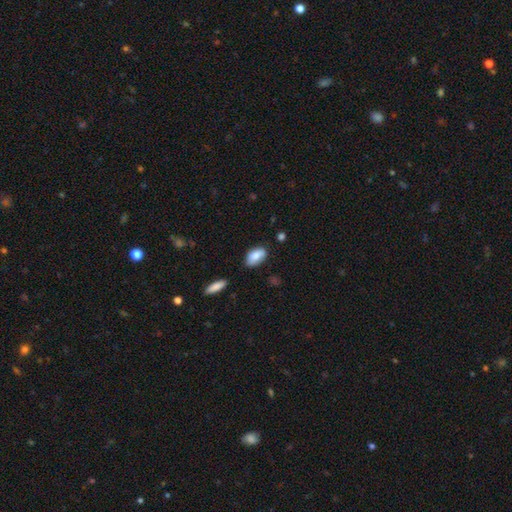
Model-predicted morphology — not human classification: Smooth or featured? Predicted: smooth (p=0.81). How rounded? Predicted: in between (p=0.92). Merging? Predicted: none (p=0.73).